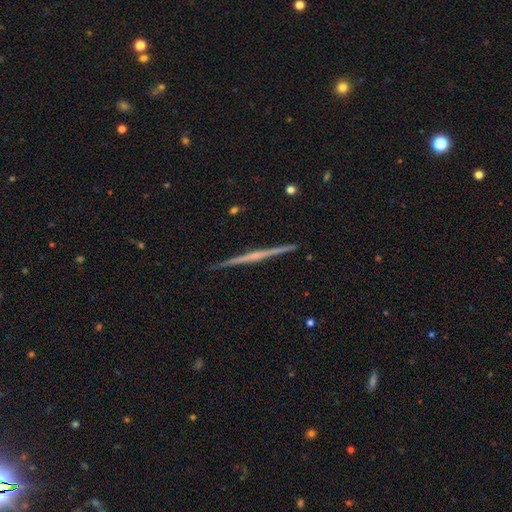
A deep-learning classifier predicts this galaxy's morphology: Smooth or featured? Predicted: featured or disk (p=0.79). Edge-on disk? Predicted: yes (p=0.99). Edge-on bulge? Predicted: rounded (p=0.45, tied with none). Merging? Predicted: none (p=0.93).